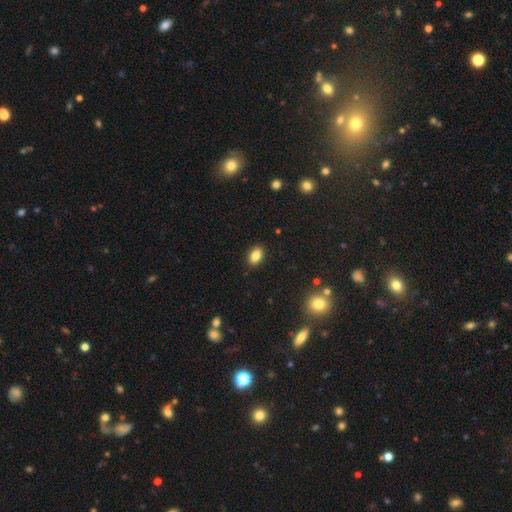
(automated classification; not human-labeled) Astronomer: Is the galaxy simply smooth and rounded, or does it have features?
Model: smooth — 84%.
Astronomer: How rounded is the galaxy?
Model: in between — 87%.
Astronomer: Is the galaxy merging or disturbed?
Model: none — 89%.